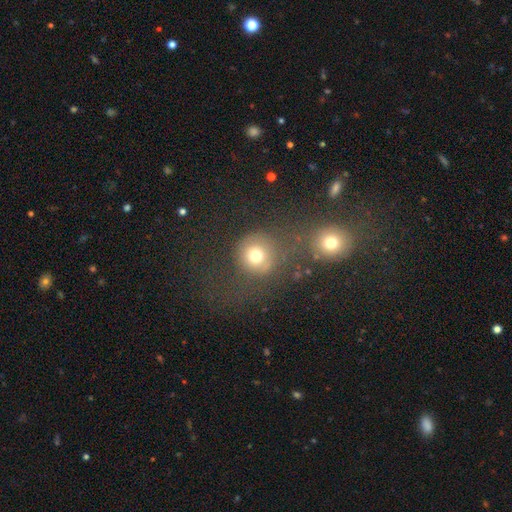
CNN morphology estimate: smooth_or_featured: smooth (p=0.74) [alt: star or artifact p=0.14]
how_rounded: round (p=0.90) [alt: in between p=0.09]
merging: none (p=0.62) [alt: merger p=0.13]